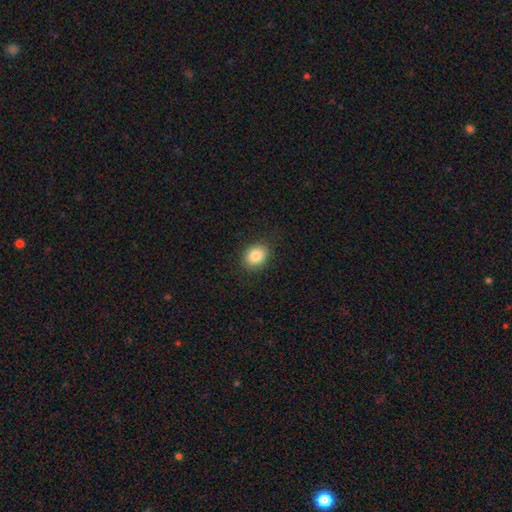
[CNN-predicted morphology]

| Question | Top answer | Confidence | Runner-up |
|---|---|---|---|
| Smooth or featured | smooth | 85% | star or artifact (9%) |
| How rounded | round | 50% | in between (49%) |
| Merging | none | 87% | minor disturbance (10%) |